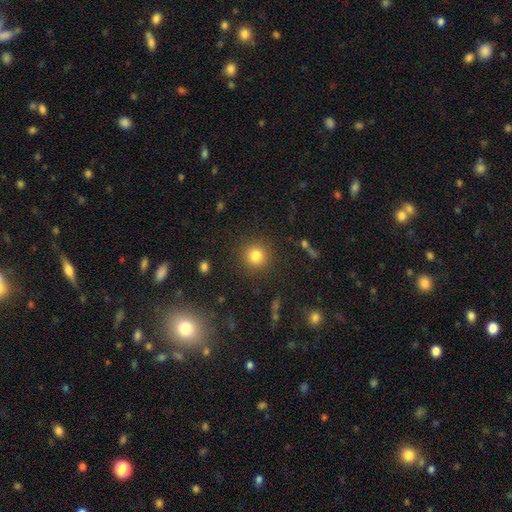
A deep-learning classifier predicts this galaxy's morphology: A smooth galaxy with no disk features (81%) that is round (92%). Merging: none (89%).